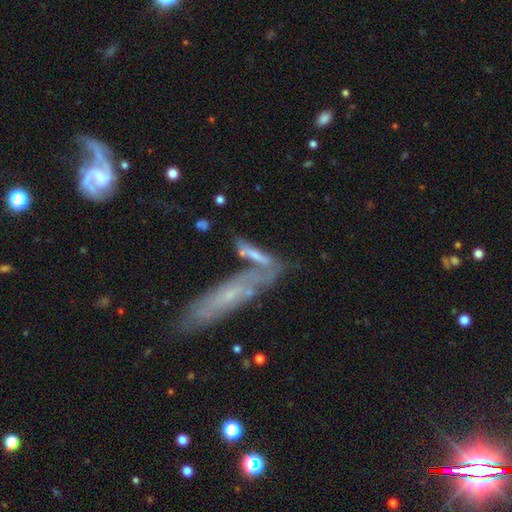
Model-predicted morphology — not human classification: This appears to be a smooth galaxy with no disk features (50%). Merging: none (41%).